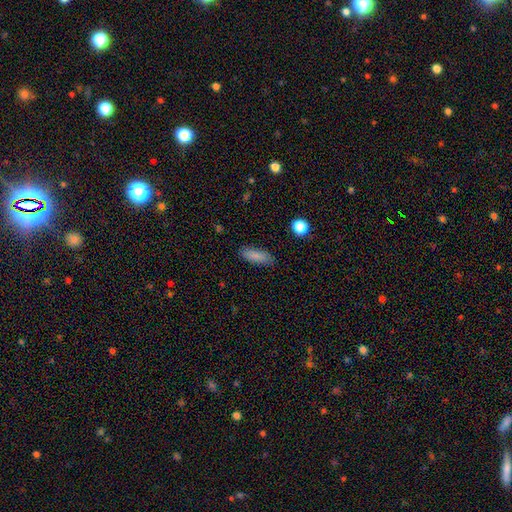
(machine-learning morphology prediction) A smooth galaxy with no disk features (85%) that is in between round and cigar-shaped (66%). Merging: none (84%).